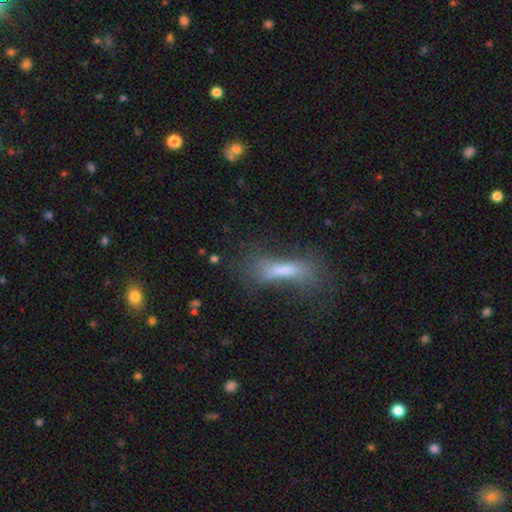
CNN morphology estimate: Q: Smooth or featured?
A: smooth (53%); runner-up: featured or disk (29%)
Q: How rounded?
A: cigar-shaped (71%); runner-up: in between (26%)
Q: Merging?
A: none (53%); runner-up: minor disturbance (21%)